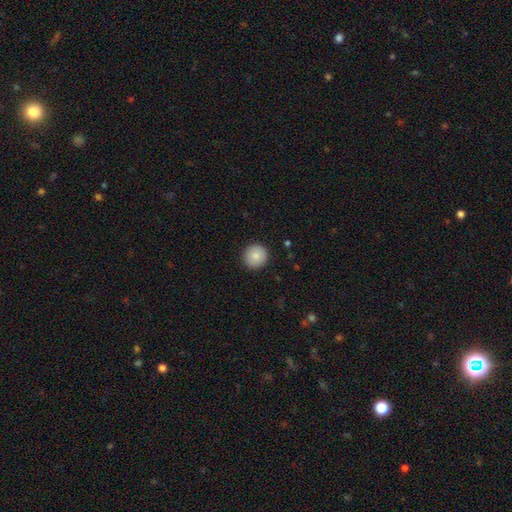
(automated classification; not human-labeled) smooth 86%, star or artifact 8%, featured or disk 6%. Down the decision tree: how rounded — round (94%); merging — none (92%).